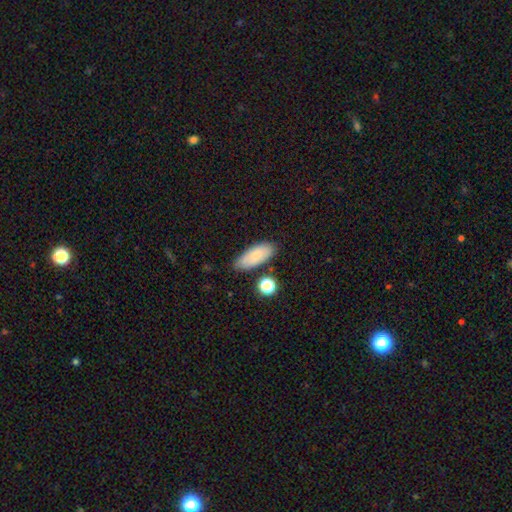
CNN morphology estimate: smooth-or-featured: smooth: 80% | featured or disk: 12% | star or artifact: 8%
  how-rounded: in between: 81% | cigar-shaped: 16% | round: 3%
  merging: none: 76% | minor disturbance: 16% | merger: 5% | major disturbance: 3%